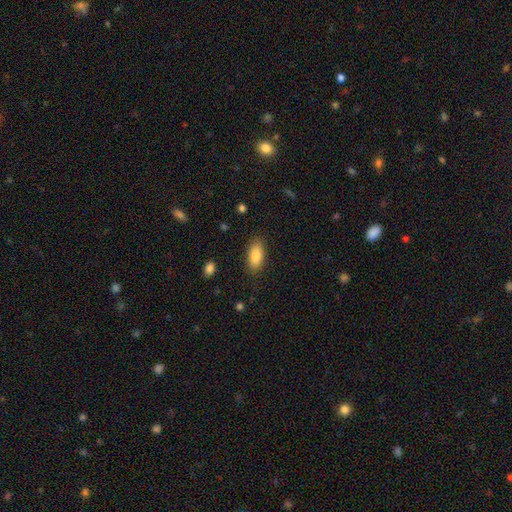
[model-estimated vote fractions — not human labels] A smooth galaxy with no disk features (85%) that is in between round and cigar-shaped (86%). Merging: none (86%).